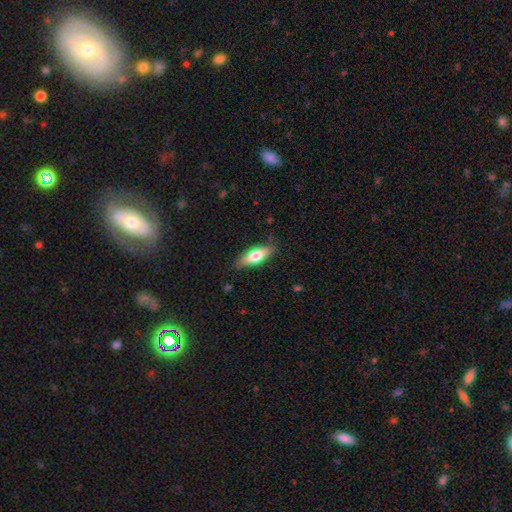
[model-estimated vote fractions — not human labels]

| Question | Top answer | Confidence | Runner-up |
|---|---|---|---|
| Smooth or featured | smooth | 65% | featured or disk (29%) |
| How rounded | in between | 60% | cigar-shaped (37%) |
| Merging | none | 84% | minor disturbance (13%) |